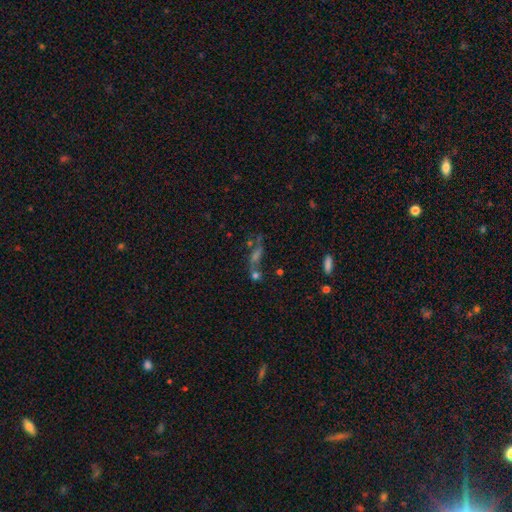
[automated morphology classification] Smooth or featured: featured or disk — 39% (star or artifact — 33%)
Merging: none — 46% (merger — 25%)